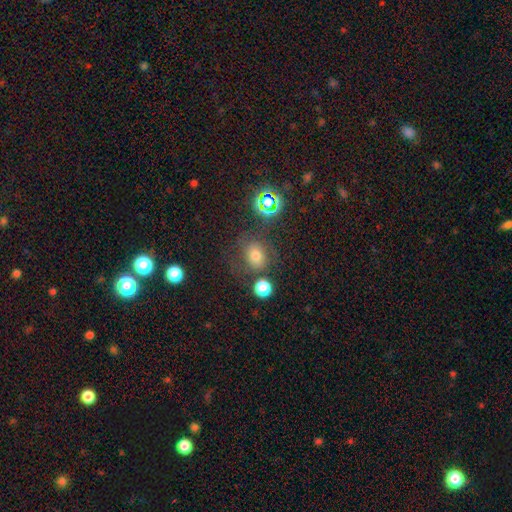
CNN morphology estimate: Smooth or featured? smooth (65%)
How rounded? round (64%)
Merging? none (67%)